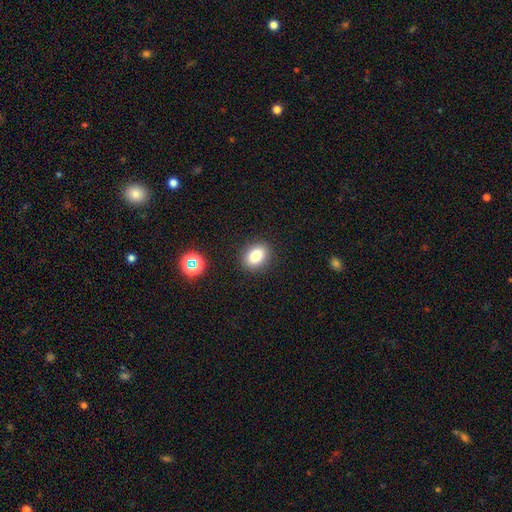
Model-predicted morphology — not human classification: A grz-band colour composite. It shows a smooth galaxy with no disk features (81%) that is in between round and cigar-shaped (65%). Merging: none (88%).